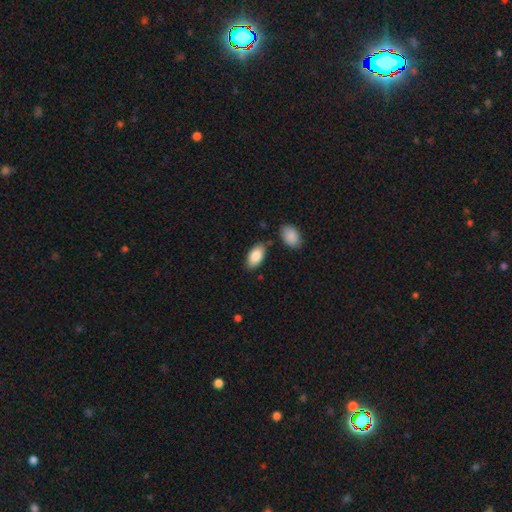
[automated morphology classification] The model was most divided on "merging": none: 82%, minor disturbance: 11%, merger: 4%, major disturbance: 3%. More confident: how rounded — in between (94%); smooth or featured — smooth (86%).